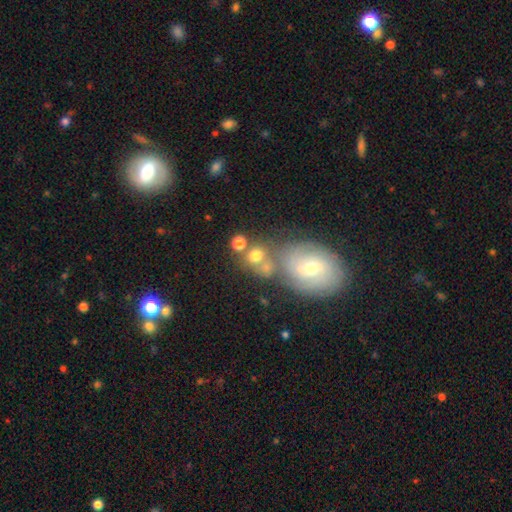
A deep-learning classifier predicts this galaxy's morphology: The model was most divided on "merging": none: 48%, merger: 35%, minor disturbance: 11%, major disturbance: 6%. More confident: how rounded — round (76%); smooth or featured — smooth (64%).